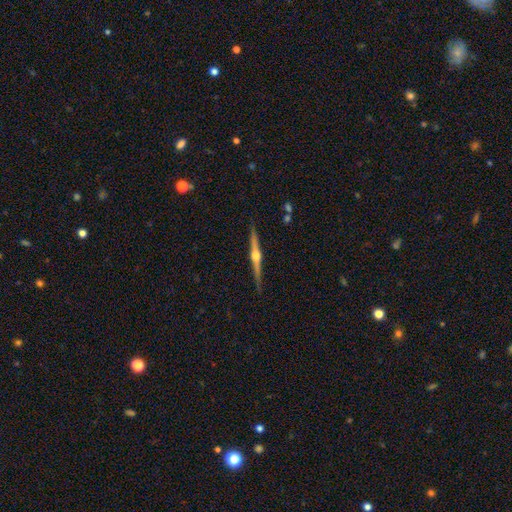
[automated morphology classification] Smooth or featured? featured or disk (83%)
Edge-on disk? yes (98%)
Edge-on bulge? rounded (94%)
Merging? none (88%)